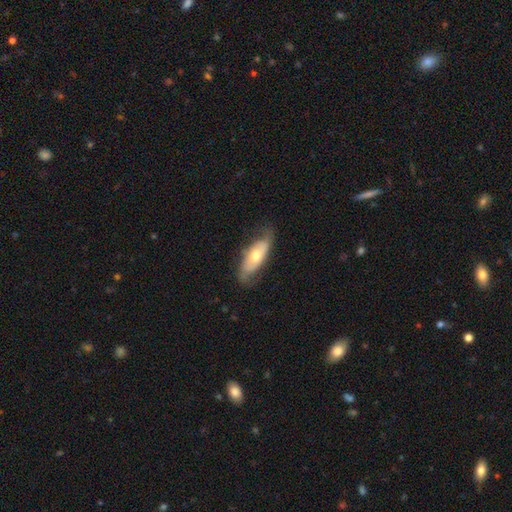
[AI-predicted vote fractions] smooth_or_featured: smooth (p=0.48) [alt: featured or disk p=0.46]
merging: none (p=0.64) [alt: minor disturbance p=0.26]